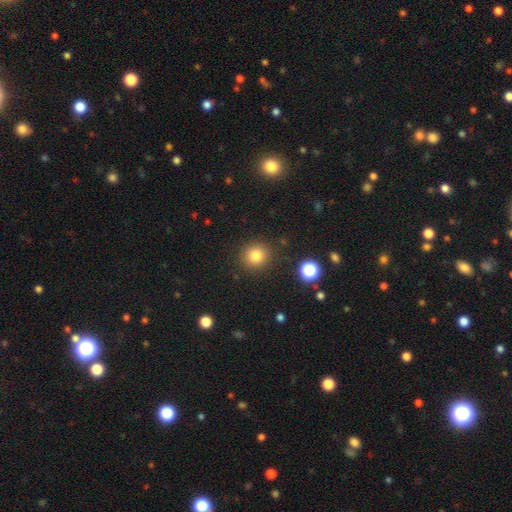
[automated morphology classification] The model was most divided on "smooth or featured": smooth: 81%, star or artifact: 13%, featured or disk: 6%. More confident: how rounded — round (90%); merging — none (89%).